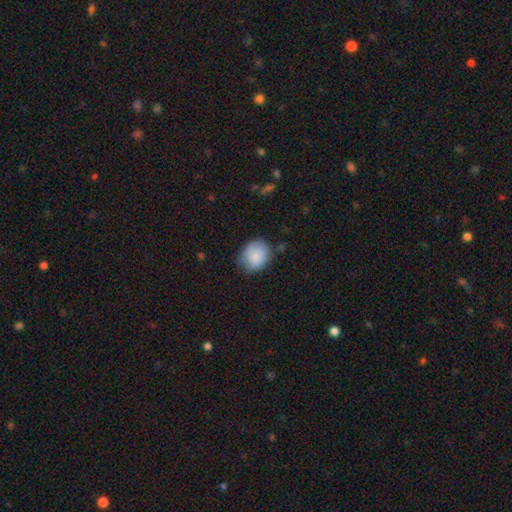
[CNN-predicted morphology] This is clearly a smooth galaxy (86%). How rounded: possibly round (55%). Merging: likely none (70%).